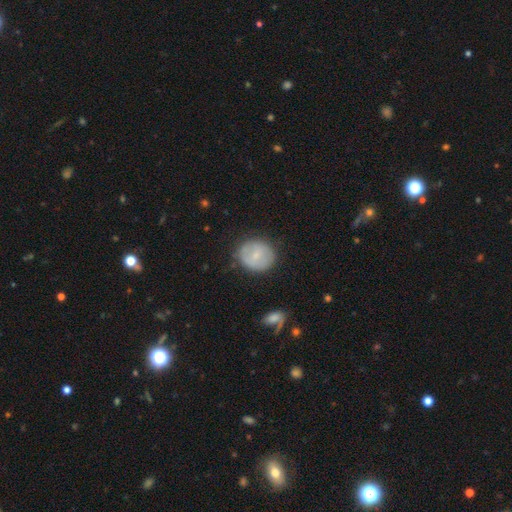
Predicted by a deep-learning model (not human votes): Smooth or featured: smooth — 65% (featured or disk — 28%)
How rounded: round — 75% (in between — 24%)
Merging: none — 77% (minor disturbance — 16%)